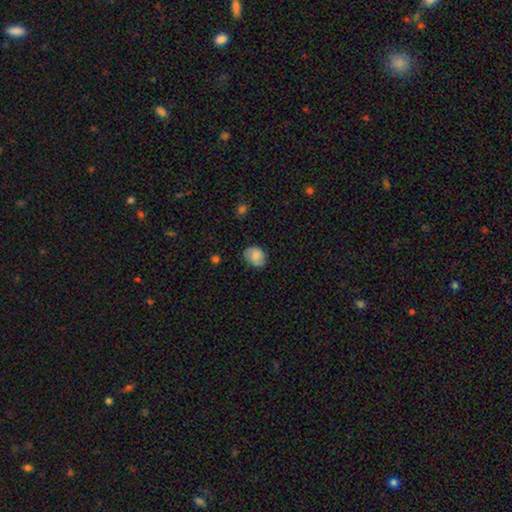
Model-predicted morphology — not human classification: This is likely a smooth galaxy (77%). How rounded: possibly in between (55%). Merging: likely none (74%).